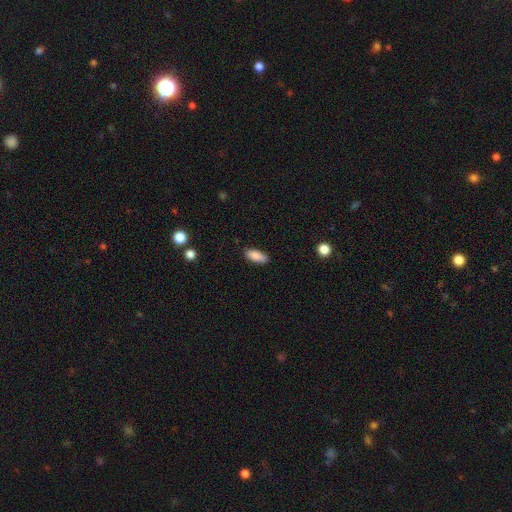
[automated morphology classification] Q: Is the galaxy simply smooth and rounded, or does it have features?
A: smooth — 87%.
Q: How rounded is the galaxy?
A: in between — 82%.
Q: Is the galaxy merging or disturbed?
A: none — 86%.